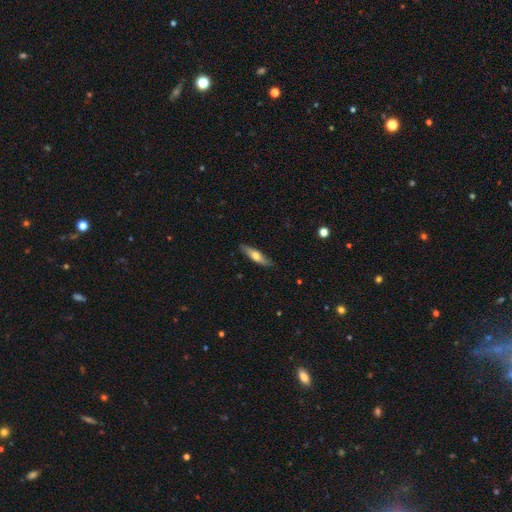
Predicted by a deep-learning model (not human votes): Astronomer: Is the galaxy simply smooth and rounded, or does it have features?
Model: smooth — 54% (runner-up: featured or disk, 40%).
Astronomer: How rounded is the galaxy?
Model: cigar-shaped — 72%.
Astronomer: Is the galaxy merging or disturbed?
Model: none — 86%.